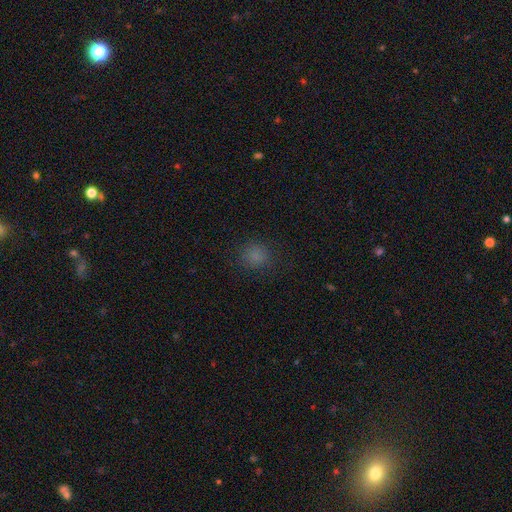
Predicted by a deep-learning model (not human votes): smooth-or-featured: smooth: 81% | star or artifact: 15% | featured or disk: 4%
  how-rounded: round: 88% | in between: 11% | cigar-shaped: 1%
  merging: none: 86% | minor disturbance: 9% | major disturbance: 4% | merger: 1%